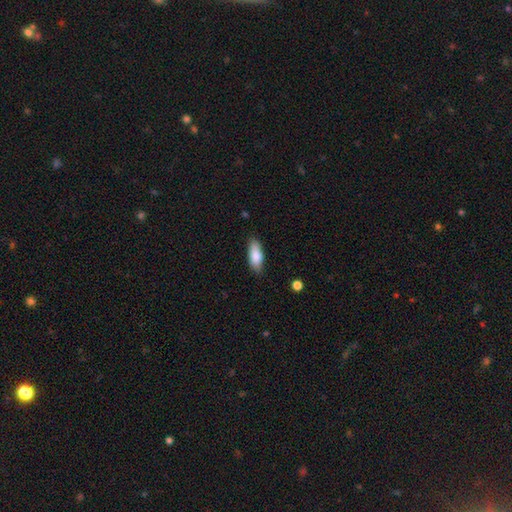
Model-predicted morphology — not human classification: A smooth galaxy with no disk features (84%) that is in between round and cigar-shaped (74%). Merging: none (82%).